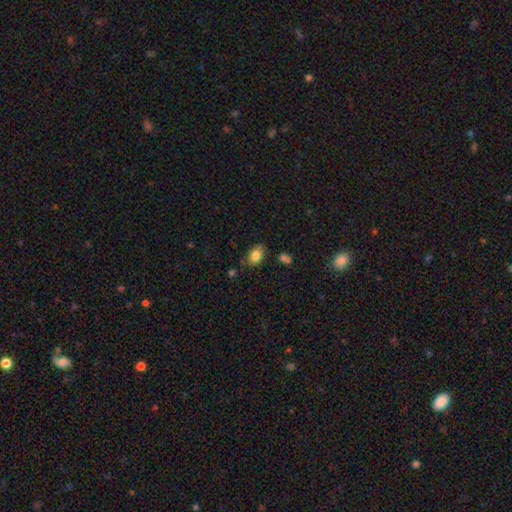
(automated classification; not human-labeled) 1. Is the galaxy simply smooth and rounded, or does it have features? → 83% smooth, 9% star or artifact, 8% featured or disk.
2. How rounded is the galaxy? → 76% in between, 22% round, 1% cigar-shaped.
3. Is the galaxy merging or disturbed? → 73% none, 19% minor disturbance, 4% merger, 4% major disturbance.